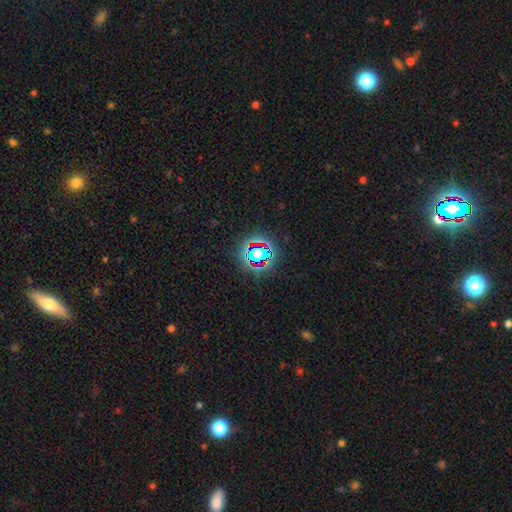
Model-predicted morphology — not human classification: Smooth or featured? Predicted: star or artifact (p=0.62).